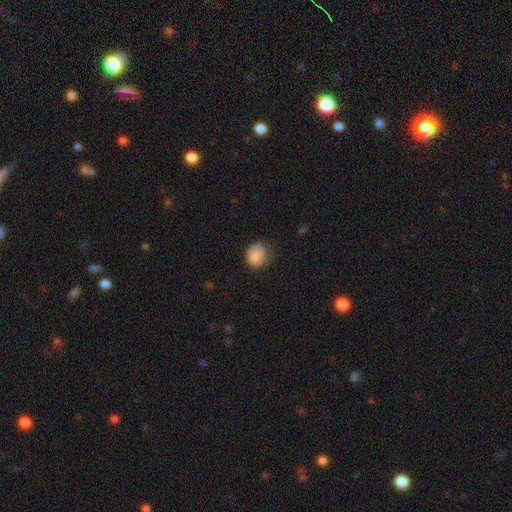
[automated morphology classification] Smooth or featured? Predicted: smooth (p=0.86). How rounded? Predicted: round (p=0.64). Merging? Predicted: none (p=0.61).